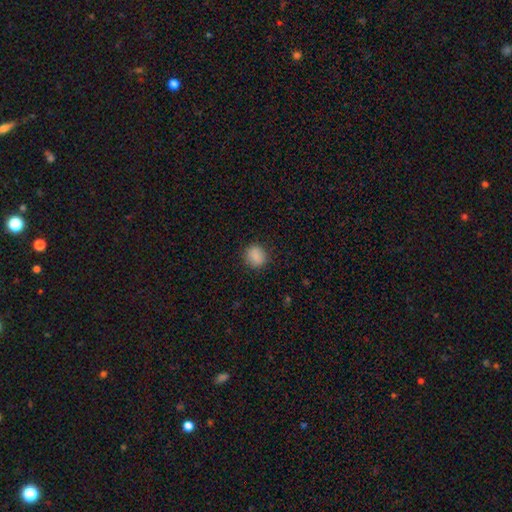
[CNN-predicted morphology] The model was most divided on "how rounded": round: 77%, in between: 22%, cigar-shaped: 1%. More confident: merging — none (88%); smooth or featured — smooth (87%).